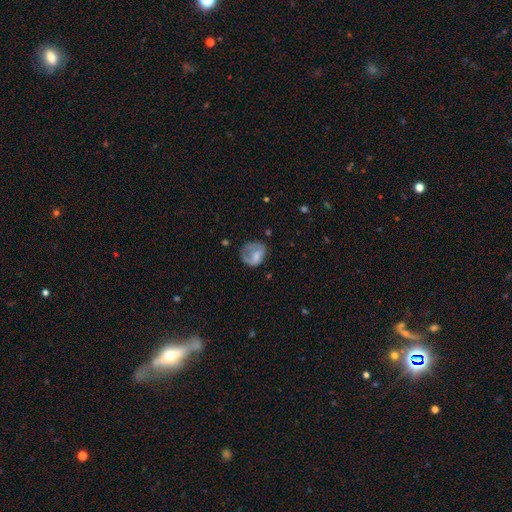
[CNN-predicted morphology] This appears to be a smooth galaxy with no disk features (62%) that is round (56%). Merging: none (40%).